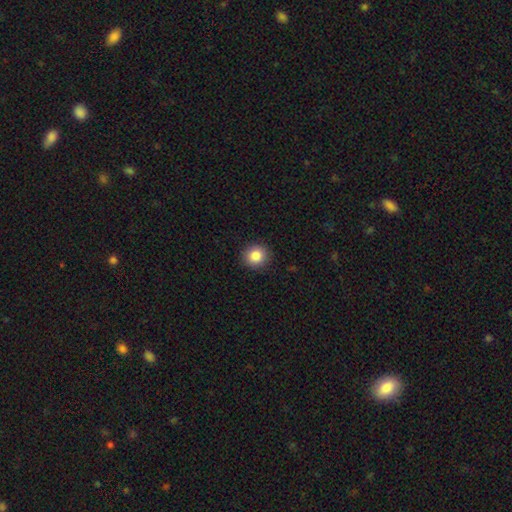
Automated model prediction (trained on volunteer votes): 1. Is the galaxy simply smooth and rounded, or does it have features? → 86% smooth, 9% star or artifact, 5% featured or disk.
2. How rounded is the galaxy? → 87% round, 12% in between, 1% cigar-shaped.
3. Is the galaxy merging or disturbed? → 91% none, 6% minor disturbance, 2% major disturbance, 1% merger.